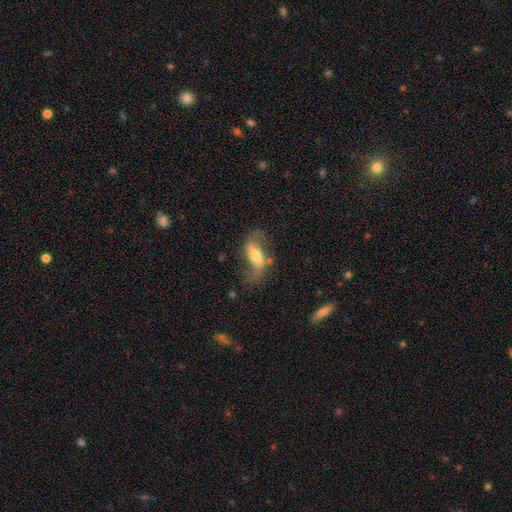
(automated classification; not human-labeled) This appears to be a featured or disk galaxy (62%) with a strong bar (35%), spiral arms (79%) and a moderate central bulge (59%). Merging: none (60%).